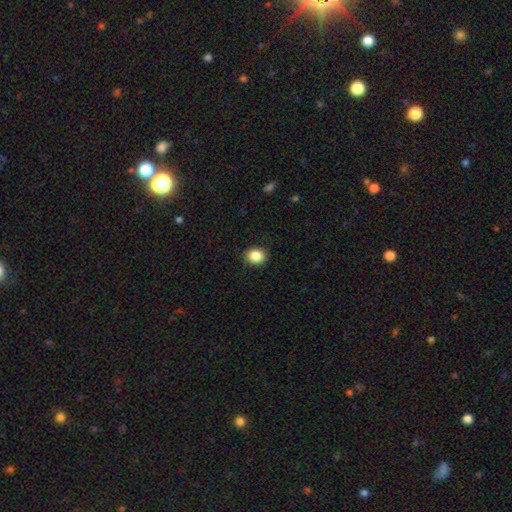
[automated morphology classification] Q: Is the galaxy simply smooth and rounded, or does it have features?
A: smooth — 87%.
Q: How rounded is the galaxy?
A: round — 65%.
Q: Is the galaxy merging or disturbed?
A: none — 90%.